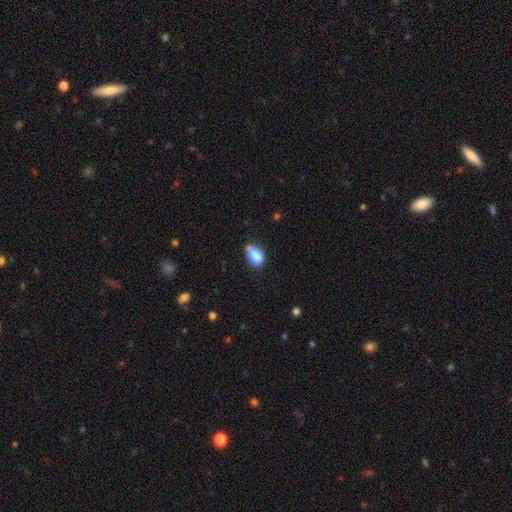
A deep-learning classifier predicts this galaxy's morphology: A smooth galaxy with no disk features (80%) that is in between round and cigar-shaped (87%).

Vote fractions:
- Smooth or featured? smooth: 80% / featured or disk: 11% / star or artifact: 9%
- How rounded? in between: 87% / round: 9% / cigar-shaped: 4%
- Merging? none: 46% / minor disturbance: 29% / merger: 17% / major disturbance: 8%